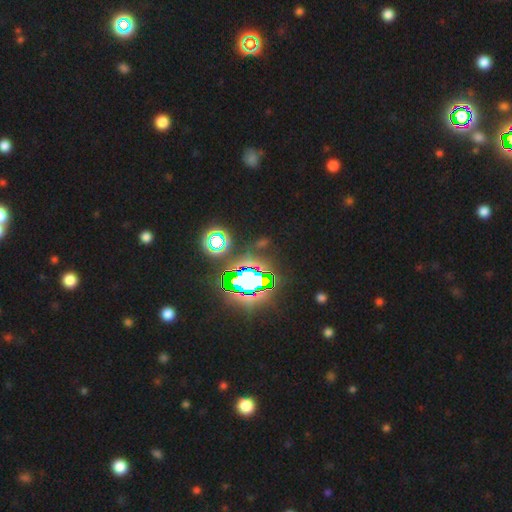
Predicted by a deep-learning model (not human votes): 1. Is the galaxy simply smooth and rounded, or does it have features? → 83% star or artifact, 11% smooth, 6% featured or disk.